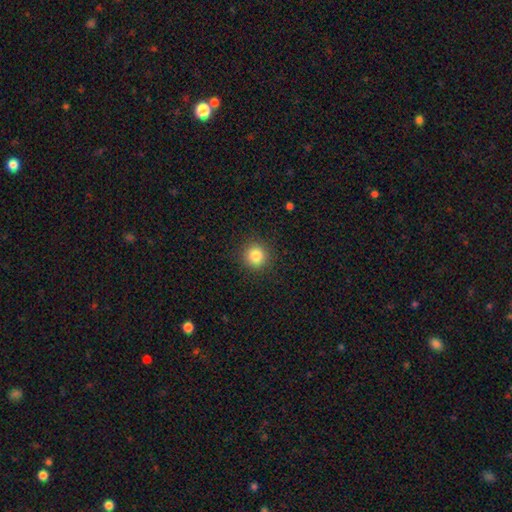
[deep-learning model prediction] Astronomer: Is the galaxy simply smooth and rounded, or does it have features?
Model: smooth — 84%.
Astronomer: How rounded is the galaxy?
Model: round — 93%.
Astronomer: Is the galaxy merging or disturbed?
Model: none — 91%.